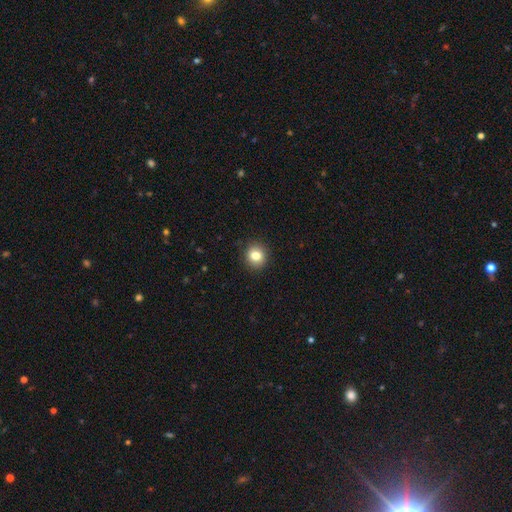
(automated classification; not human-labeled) This is clearly a smooth galaxy (83%). How rounded: clearly round (87%). Merging: clearly none (91%).